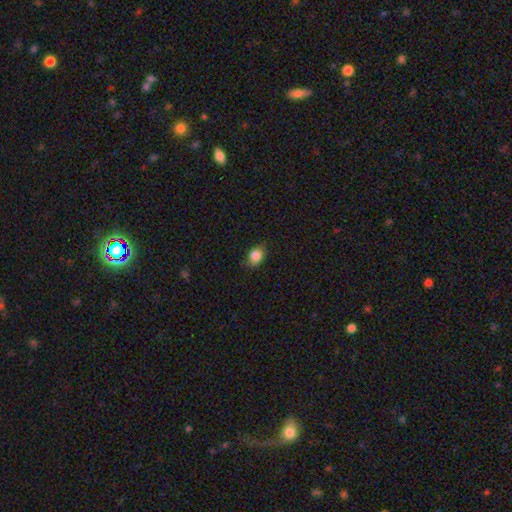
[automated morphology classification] smooth 86%, star or artifact 9%, featured or disk 5%. Down the decision tree: how rounded — in between (66%); merging — none (77%).